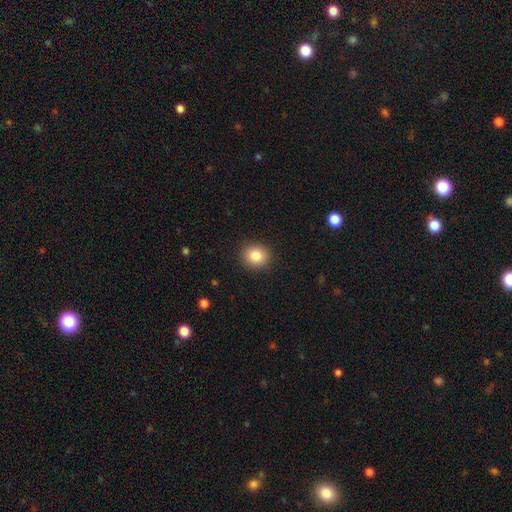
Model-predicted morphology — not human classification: Smooth or featured: smooth — 84% (star or artifact — 10%)
How rounded: round — 83% (in between — 16%)
Merging: none — 91% (minor disturbance — 6%)